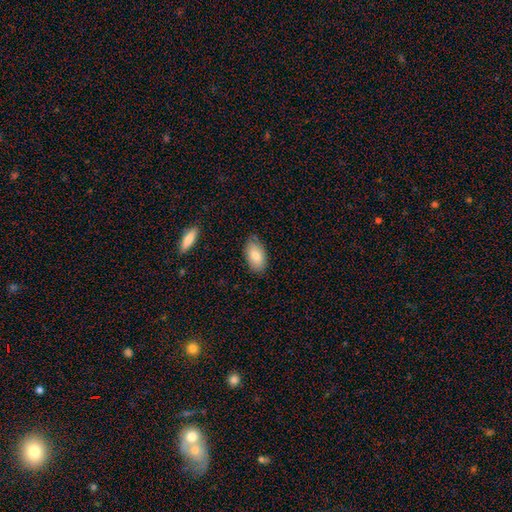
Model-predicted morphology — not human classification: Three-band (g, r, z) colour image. It shows a smooth galaxy with no disk features (79%) that is in between round and cigar-shaped (94%). Merging: none (77%).